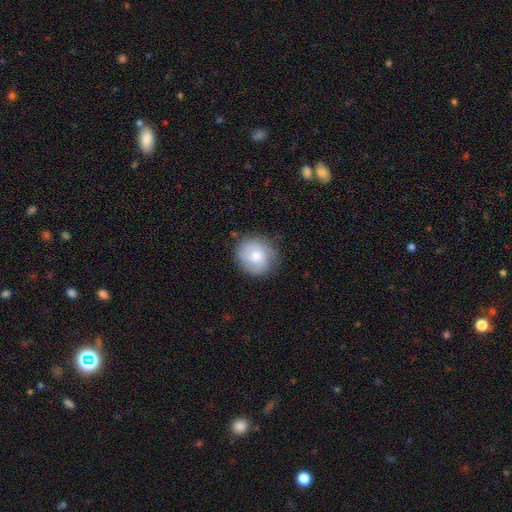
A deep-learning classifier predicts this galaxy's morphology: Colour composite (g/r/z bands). It shows a smooth galaxy with no disk features (69%) that is round (85%). Merging: none (78%).